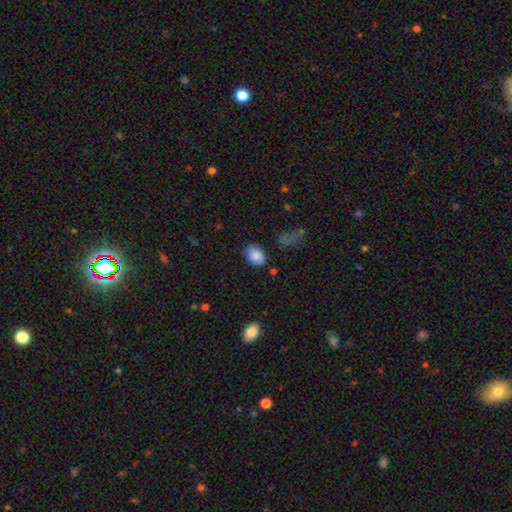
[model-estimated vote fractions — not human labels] Smooth or featured?
  - smooth: 87% *
  - star or artifact: 8%
  - featured or disk: 5%
How rounded?
  - in between: 84% *
  - round: 15%
  - cigar-shaped: 1%
Merging?
  - none: 81% *
  - minor disturbance: 14%
  - major disturbance: 3%
  - merger: 2%